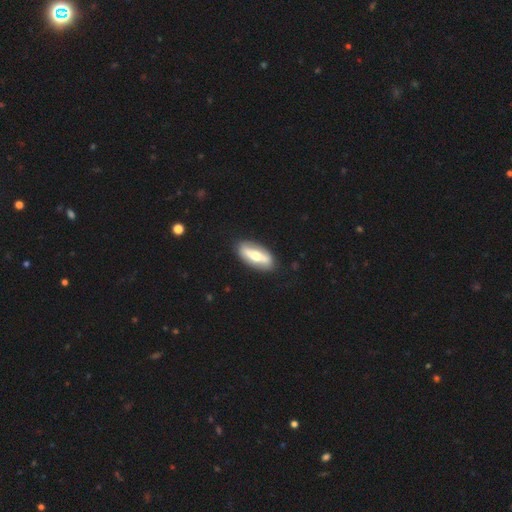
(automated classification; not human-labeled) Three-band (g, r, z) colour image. It shows a featured or disk galaxy (56%). Merging: none (86%).